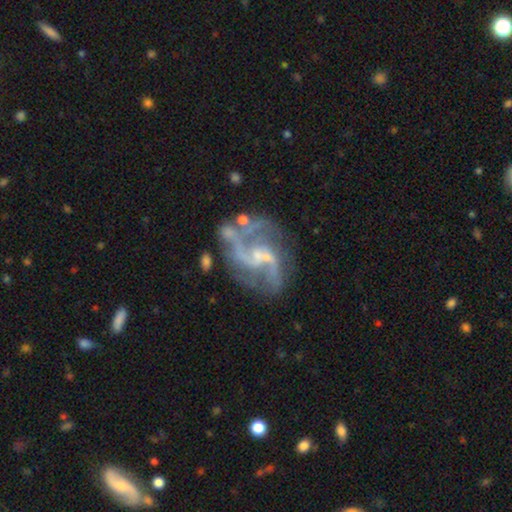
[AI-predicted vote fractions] The model was most divided on "spiral winding": loose: 47%, medium: 43%, tight: 10%. Remaining: edge-on disk — no (98%); spiral arms — yes (95%); smooth or featured — featured or disk (89%); spiral arm count — 2 (72%); bulge size — small (60%); merging — none (54%); bar — weak (48%).